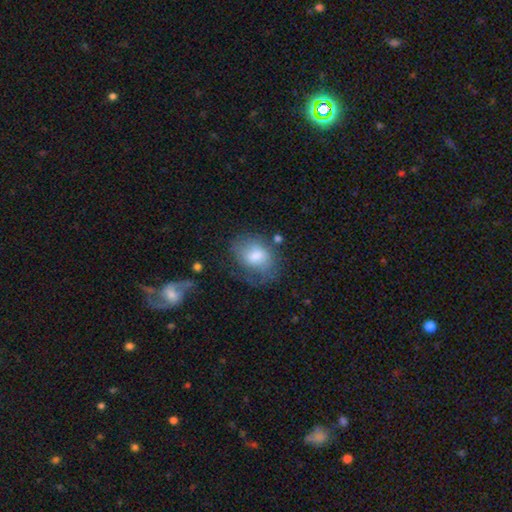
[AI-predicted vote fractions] The model was most divided on "merging": none: 44%, minor disturbance: 29%, major disturbance: 22%, merger: 5%. More confident: how rounded — in between (66%); smooth or featured — smooth (63%).